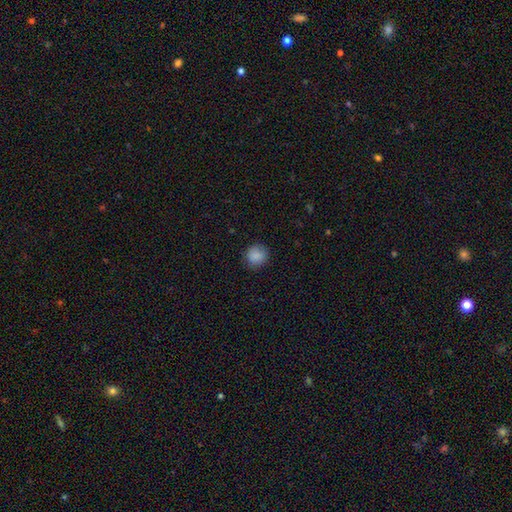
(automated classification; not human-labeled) Overall: smooth (88%). How rounded: round (85%). Merging: none (85%).